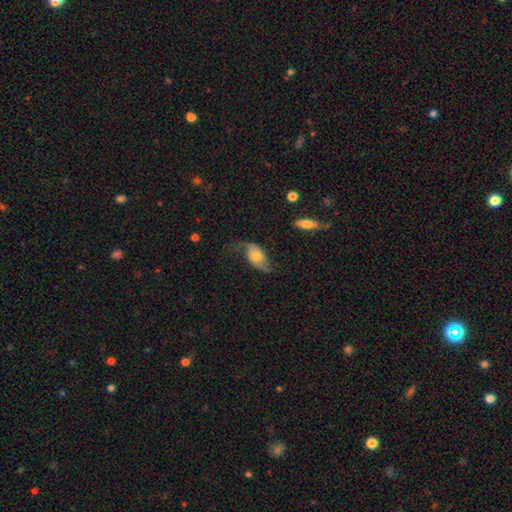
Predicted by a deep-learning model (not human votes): Smooth or featured: featured or disk — 62% (smooth — 31%)
Edge-on disk: no — 93% (yes — 7%)
Bar: no — 70% (weak — 24%)
Spiral arms: yes — 89% (no — 11%)
Spiral winding: loose — 78% (medium — 17%)
Spiral arm count: 2 — 87% (1 — 6%)
Bulge size: small — 41% (moderate — 40%)
Merging: none — 54% (minor disturbance — 24%)